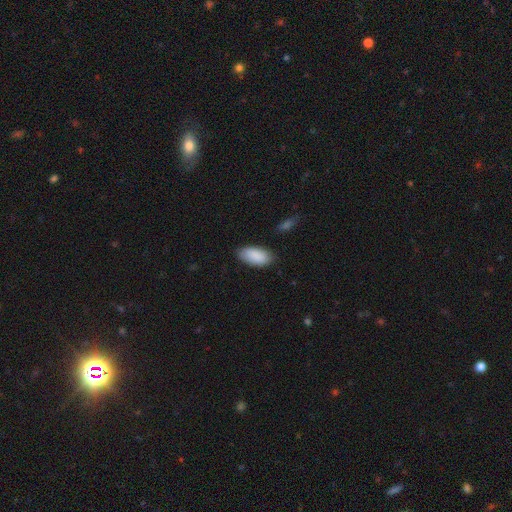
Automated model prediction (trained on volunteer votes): This appears to be a smooth galaxy with no disk features (89%) that is in between round and cigar-shaped (93%). Merging: none (81%).